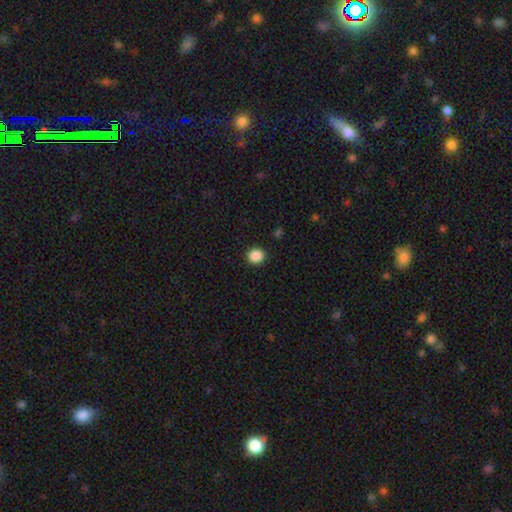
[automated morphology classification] Q: Smooth or featured?
A: smooth (88%); runner-up: star or artifact (10%)
Q: How rounded?
A: round (80%); runner-up: in between (19%)
Q: Merging?
A: none (91%); runner-up: minor disturbance (6%)